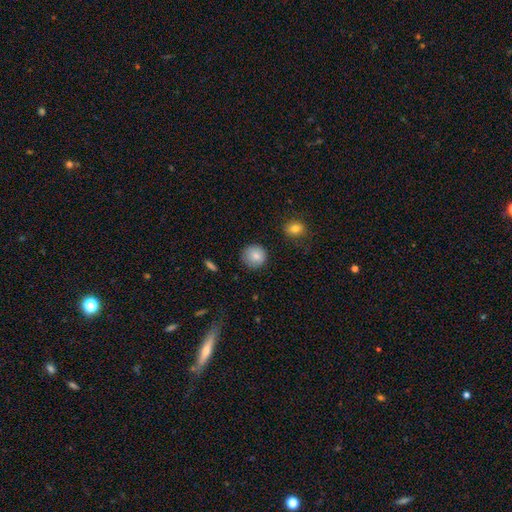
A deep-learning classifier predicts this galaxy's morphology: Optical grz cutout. It shows a smooth galaxy with no disk features (85%) that is round (92%). Merging: none (87%).